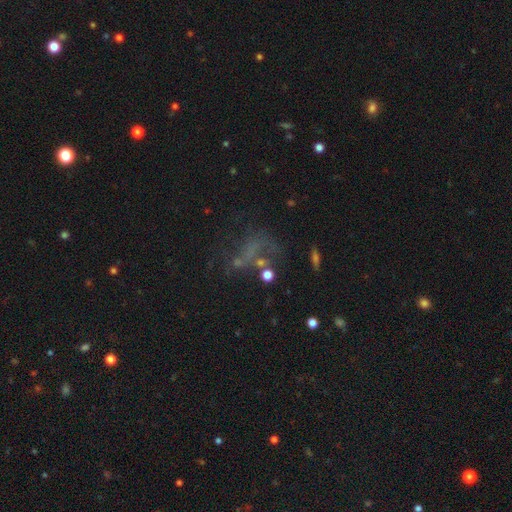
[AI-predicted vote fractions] Smooth or featured: featured or disk — 36% (star or artifact — 35%)
Merging: none — 35% (tied with major disturbance — 35%)